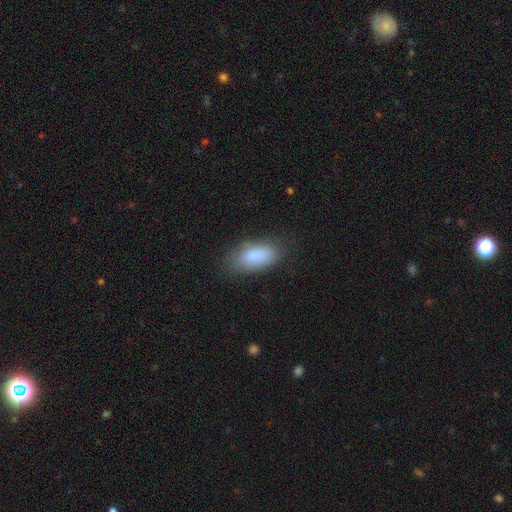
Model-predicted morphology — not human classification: Overall: smooth (86%). How rounded: in between (91%). Merging: none (74%).